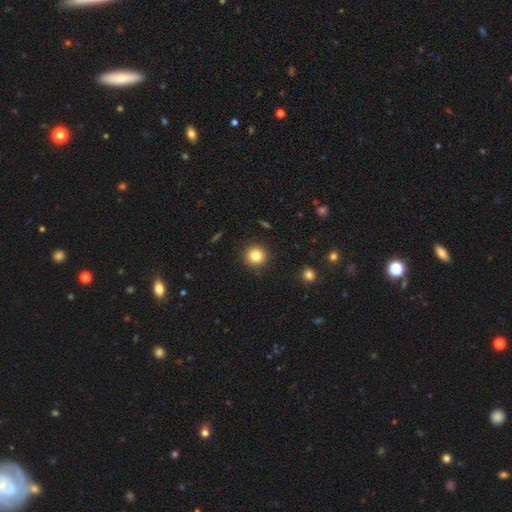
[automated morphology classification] Overall: smooth (82%). How rounded: round (95%). Merging: none (91%).